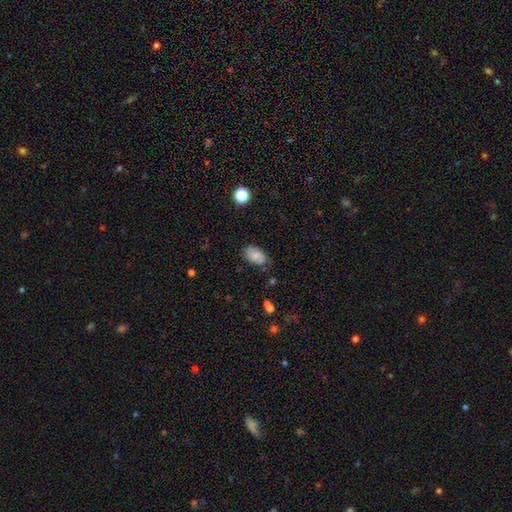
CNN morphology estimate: smooth 77%, featured or disk 14%, star or artifact 9%. Down the decision tree: how rounded — in between (90%); merging — none (67%).